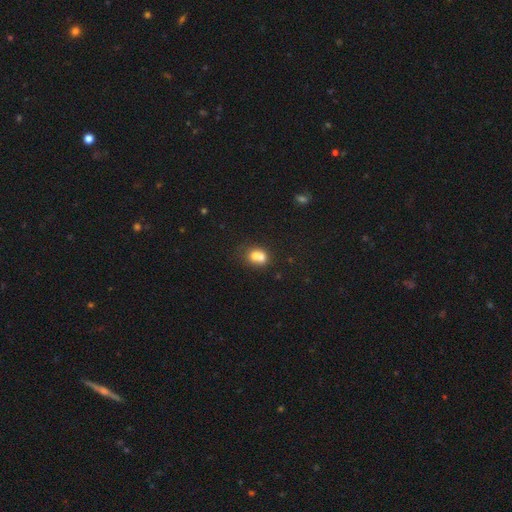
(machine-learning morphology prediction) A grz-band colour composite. It shows a smooth galaxy with no disk features (69%) that is round (57%). Merging: merger (62%).